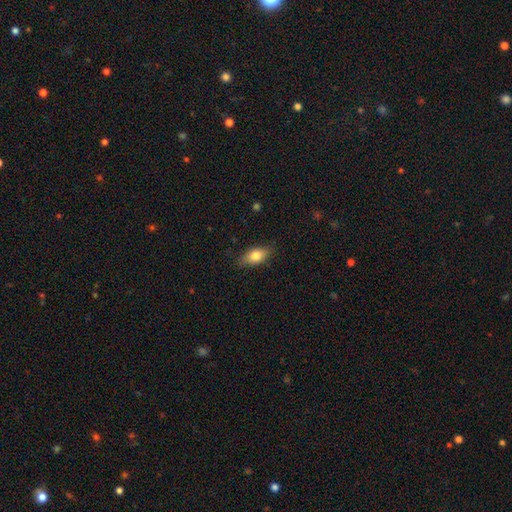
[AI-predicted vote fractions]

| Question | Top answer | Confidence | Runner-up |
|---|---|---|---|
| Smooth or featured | smooth | 78% | featured or disk (15%) |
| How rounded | in between | 85% | round (8%) |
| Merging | none | 83% | minor disturbance (13%) |